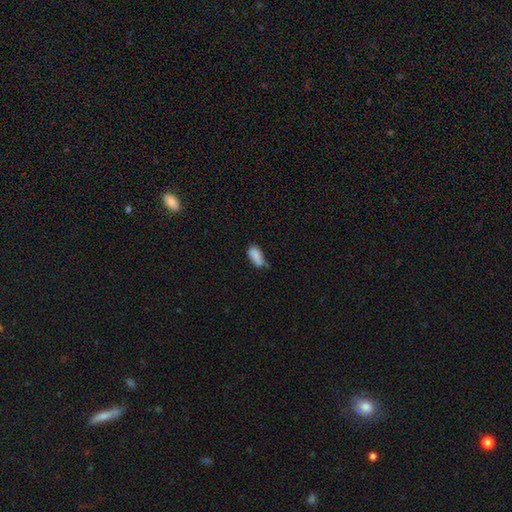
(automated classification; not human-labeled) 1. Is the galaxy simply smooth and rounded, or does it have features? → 83% smooth, 8% star or artifact, 8% featured or disk.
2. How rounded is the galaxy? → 86% in between, 11% cigar-shaped, 3% round.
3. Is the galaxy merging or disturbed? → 52% none, 32% minor disturbance, 10% merger, 7% major disturbance.